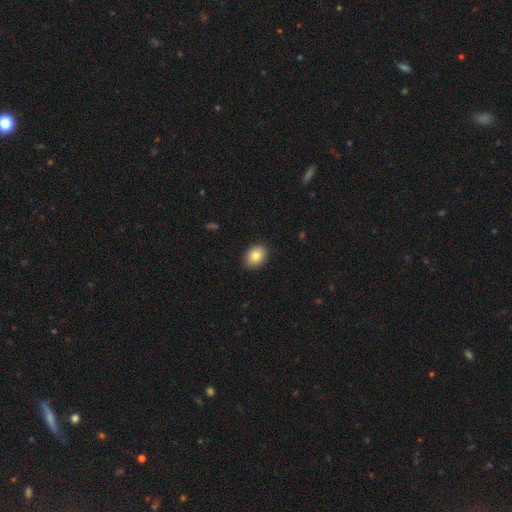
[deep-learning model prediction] smooth 82%, featured or disk 9%, star or artifact 8%. Down the decision tree: how rounded — in between (68%); merging — none (89%).